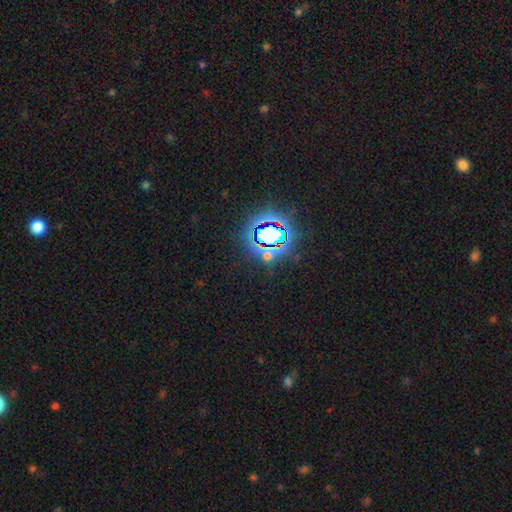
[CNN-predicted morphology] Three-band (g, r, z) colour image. It shows a star or artifact, not a galaxy (84%).